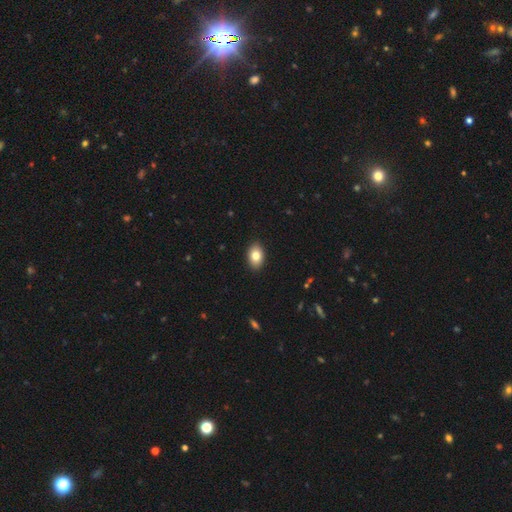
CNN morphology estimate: smooth-or-featured: smooth: 82% | featured or disk: 10% | star or artifact: 8%
  how-rounded: in between: 88% | round: 11% | cigar-shaped: 1%
  merging: none: 90% | minor disturbance: 7% | major disturbance: 2% | merger: 1%